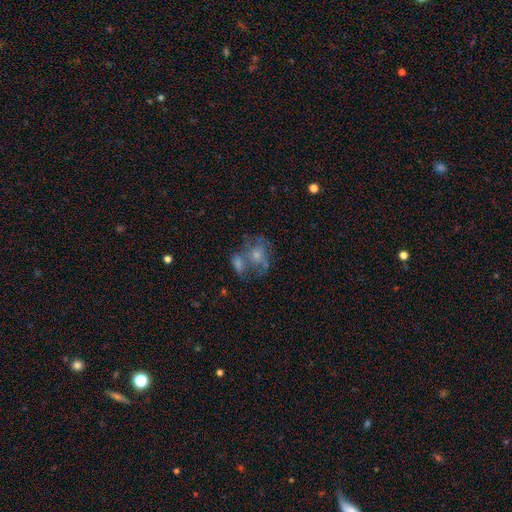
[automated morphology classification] Smooth or featured? Predicted: featured or disk (p=0.50). Merging? Predicted: merger (p=0.43).